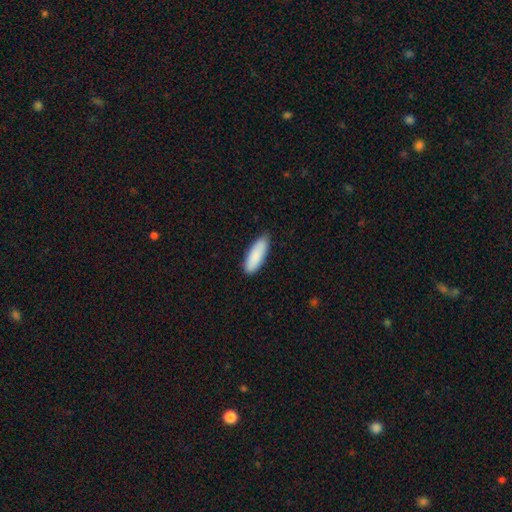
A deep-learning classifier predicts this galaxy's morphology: Smooth or featured? smooth (88%)
How rounded? in between (63%)
Merging? none (84%)